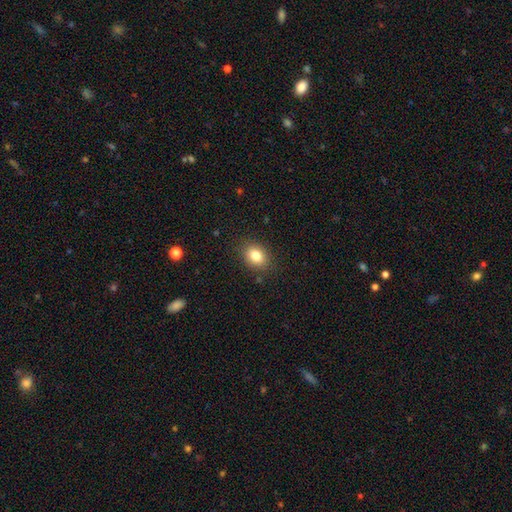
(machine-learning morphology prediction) Smooth or featured? smooth (82%)
How rounded? in between (62%)
Merging? none (86%)